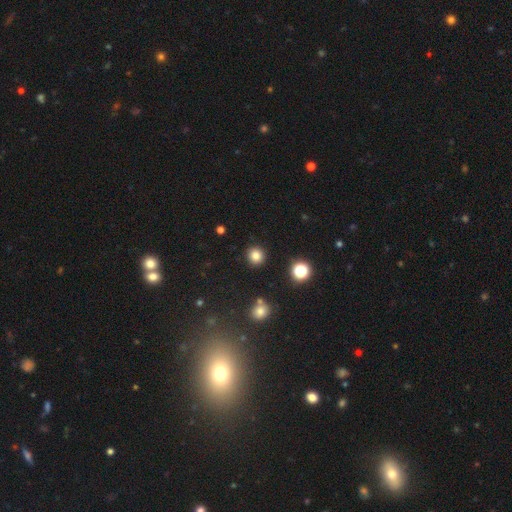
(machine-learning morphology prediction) Smooth or featured? smooth (82%)
How rounded? round (92%)
Merging? none (91%)